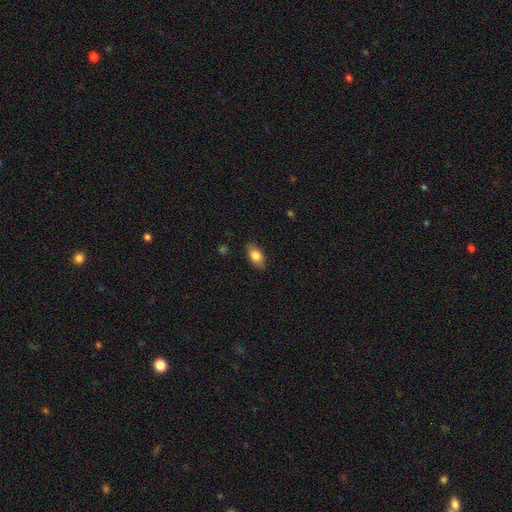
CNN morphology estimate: Q: Smooth or featured?
A: smooth (80%); runner-up: featured or disk (13%)
Q: How rounded?
A: in between (89%); runner-up: round (6%)
Q: Merging?
A: none (85%); runner-up: minor disturbance (11%)